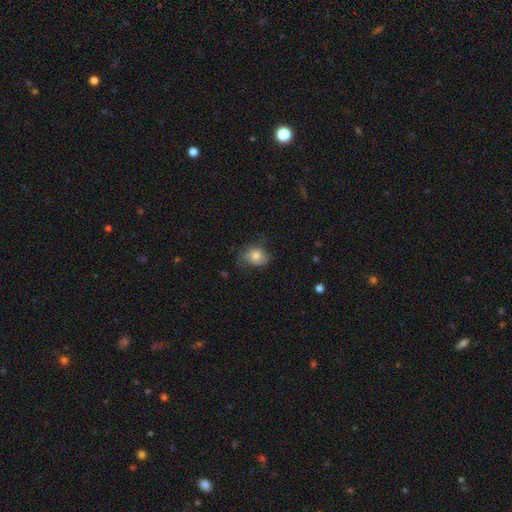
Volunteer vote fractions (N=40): Q: Smooth or featured?
A: smooth (78%); runner-up: featured or disk (18%)
Q: How rounded?
A: round (55%); runner-up: in between (42%)
Q: Merging?
A: none (68%); runner-up: minor disturbance (21%)